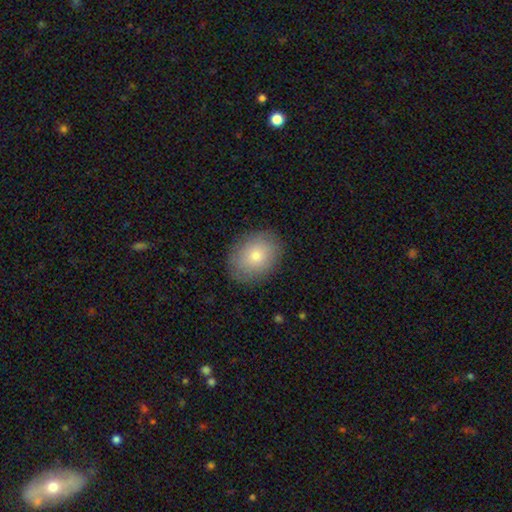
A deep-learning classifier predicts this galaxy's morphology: This appears to be a smooth galaxy with no disk features (79%) that is in between round and cigar-shaped (60%). Merging: none (86%).